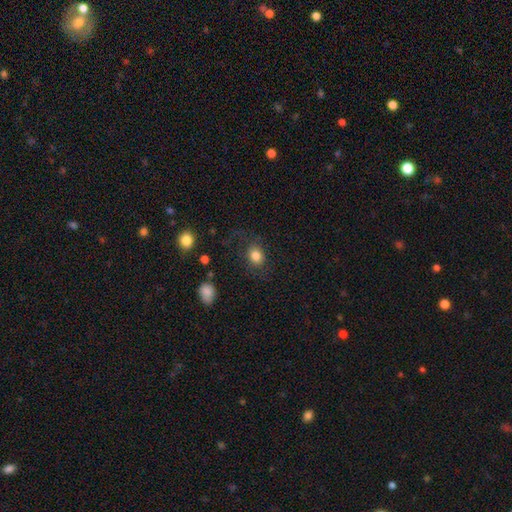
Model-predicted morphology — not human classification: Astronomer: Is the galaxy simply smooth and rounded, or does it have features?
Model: smooth — 82%.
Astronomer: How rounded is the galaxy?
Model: round — 54% (runner-up: in between, 45%).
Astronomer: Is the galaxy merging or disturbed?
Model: none — 74%.